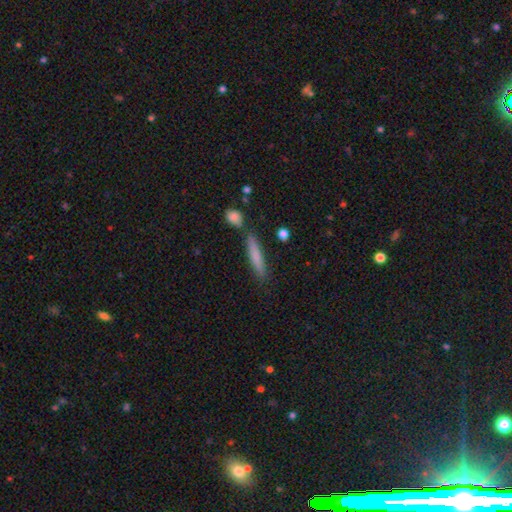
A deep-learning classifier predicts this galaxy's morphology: A smooth galaxy with no disk features (76%) that is cigar-shaped (90%). Merging: none (79%).